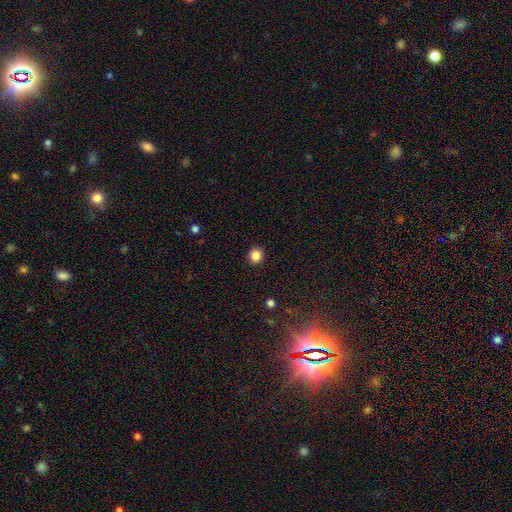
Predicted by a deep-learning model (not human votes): Smooth or featured: smooth — 86% (star or artifact — 11%)
How rounded: round — 91% (in between — 8%)
Merging: none — 92% (minor disturbance — 5%)